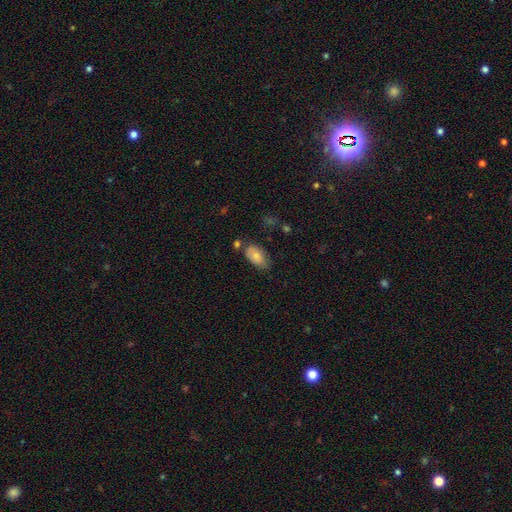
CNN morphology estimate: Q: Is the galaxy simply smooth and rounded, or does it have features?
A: smooth — 80%.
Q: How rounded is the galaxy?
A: in between — 93%.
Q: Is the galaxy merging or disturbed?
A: none — 62%.